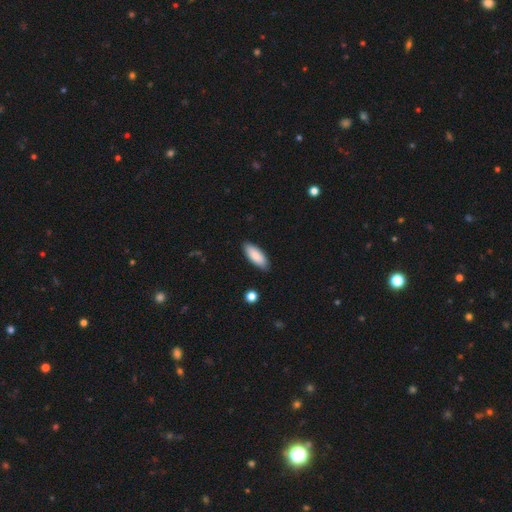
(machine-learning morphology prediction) A smooth galaxy with no disk features (87%) that is in between round and cigar-shaped (74%). Merging: none (87%).